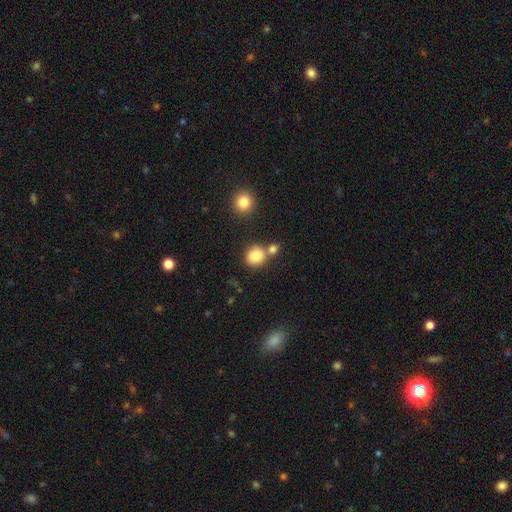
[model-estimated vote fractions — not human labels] Smooth or featured?
  - smooth: 84% *
  - star or artifact: 10%
  - featured or disk: 6%
How rounded?
  - round: 83% *
  - in between: 16%
  - cigar-shaped: 1%
Merging?
  - none: 63% *
  - merger: 24%
  - minor disturbance: 10%
  - major disturbance: 3%